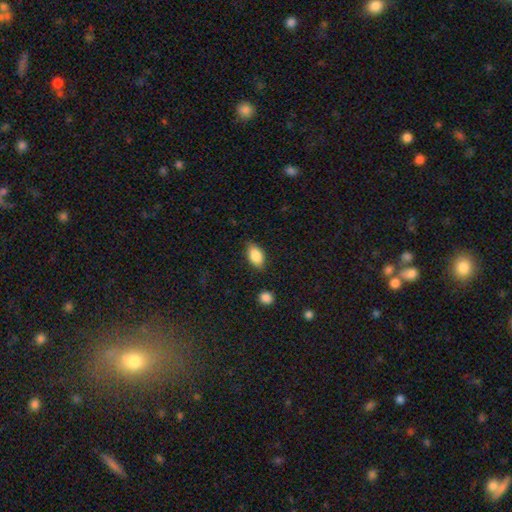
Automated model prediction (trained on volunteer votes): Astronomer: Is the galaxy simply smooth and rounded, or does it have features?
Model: smooth — 86%.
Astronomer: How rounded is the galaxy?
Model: in between — 91%.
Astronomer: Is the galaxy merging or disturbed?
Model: none — 80%.